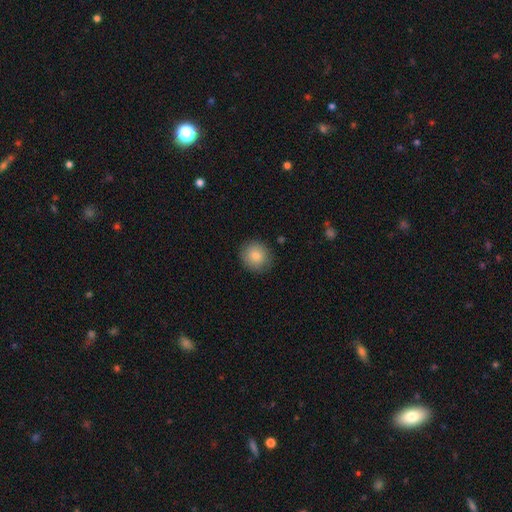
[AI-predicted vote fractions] smooth-or-featured: smooth: 82% | featured or disk: 9% | star or artifact: 8%
  how-rounded: round: 86% | in between: 13% | cigar-shaped: 1%
  merging: none: 86% | minor disturbance: 10% | major disturbance: 3% | merger: 1%